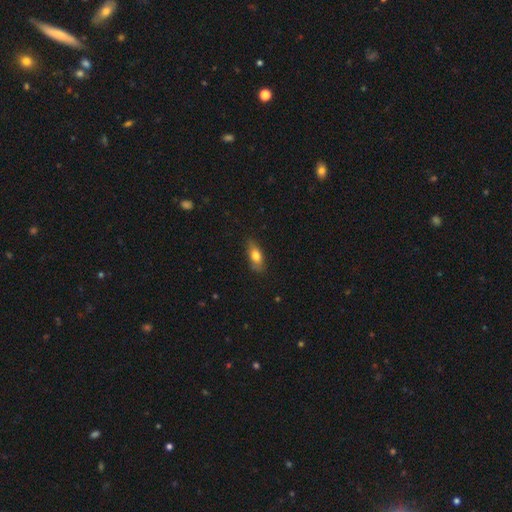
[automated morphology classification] A smooth galaxy with no disk features (72%) that is in between round and cigar-shaped (77%).

Vote fractions:
- Smooth or featured? smooth: 72% / featured or disk: 21% / star or artifact: 7%
- How rounded? in between: 77% / cigar-shaped: 18% / round: 4%
- Merging? none: 78% / minor disturbance: 18% / major disturbance: 3% / merger: 1%